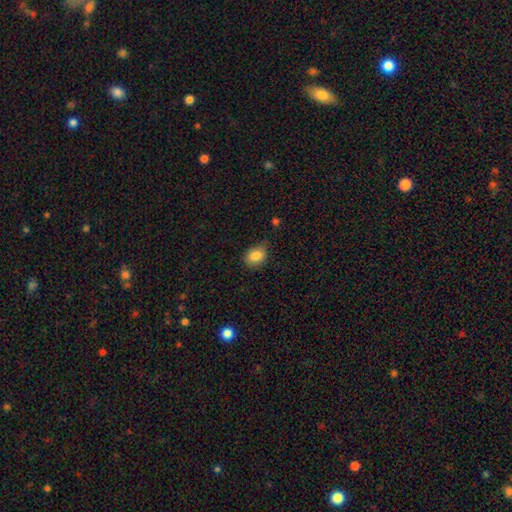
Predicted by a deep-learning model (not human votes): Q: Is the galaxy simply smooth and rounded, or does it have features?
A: smooth — 85%.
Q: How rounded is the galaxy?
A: in between — 64%.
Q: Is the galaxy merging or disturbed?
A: none — 73%.